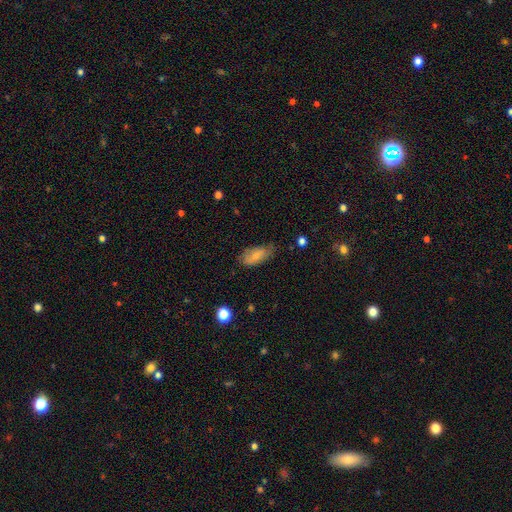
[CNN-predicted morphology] A smooth galaxy with no disk features (75%) that is in between round and cigar-shaped (89%).

Vote fractions:
- Smooth or featured? smooth: 75% / featured or disk: 18% / star or artifact: 7%
- How rounded? in between: 89% / cigar-shaped: 8% / round: 3%
- Merging? none: 60% / minor disturbance: 30% / major disturbance: 8% / merger: 2%